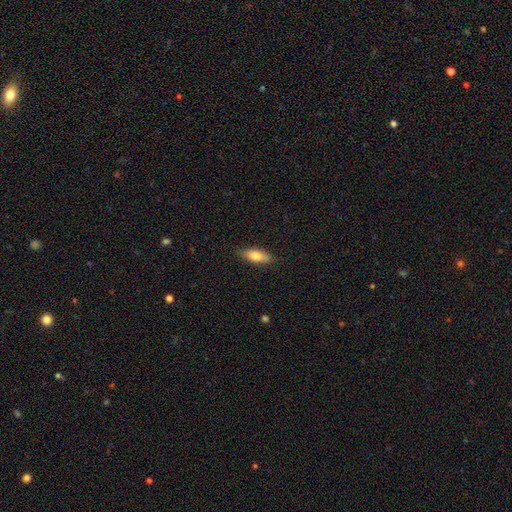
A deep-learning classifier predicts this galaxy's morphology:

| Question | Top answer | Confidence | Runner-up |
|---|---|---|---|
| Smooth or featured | smooth | 75% | featured or disk (18%) |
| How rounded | in between | 68% | cigar-shaped (30%) |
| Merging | none | 85% | minor disturbance (11%) |